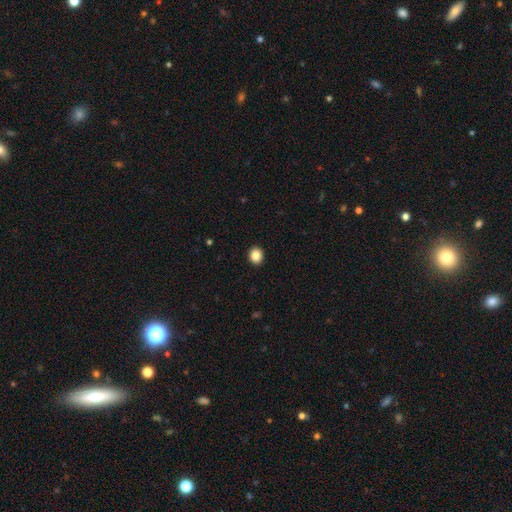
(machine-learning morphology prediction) Smooth or featured? Predicted: smooth (p=0.86). How rounded? Predicted: round (p=0.74). Merging? Predicted: none (p=0.93).